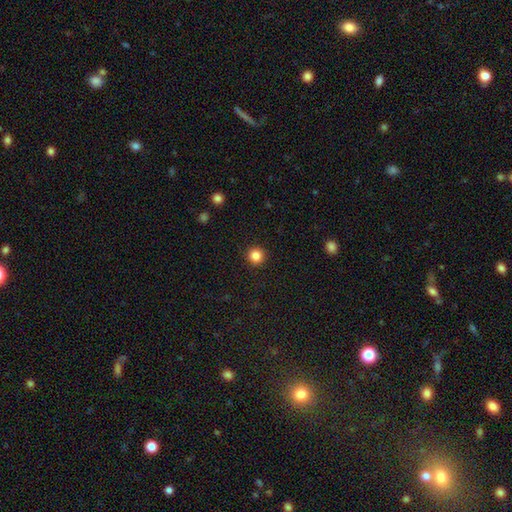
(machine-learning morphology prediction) A smooth galaxy with no disk features (85%) that is round (95%). Merging: none (93%).